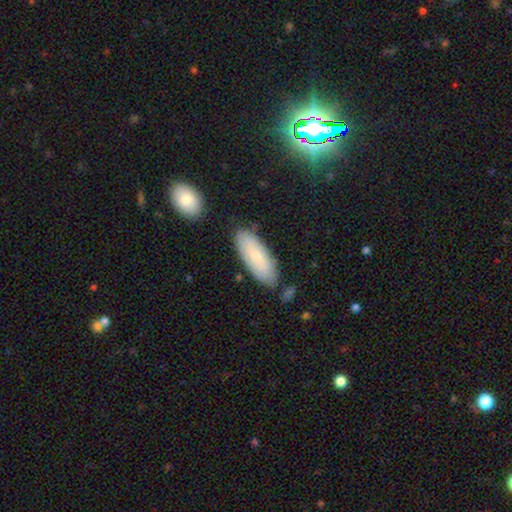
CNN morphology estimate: smooth_or_featured: smooth (p=0.73) [alt: featured or disk p=0.20]
how_rounded: in between (p=0.72) [alt: cigar-shaped p=0.26]
merging: none (p=0.79) [alt: minor disturbance p=0.14]